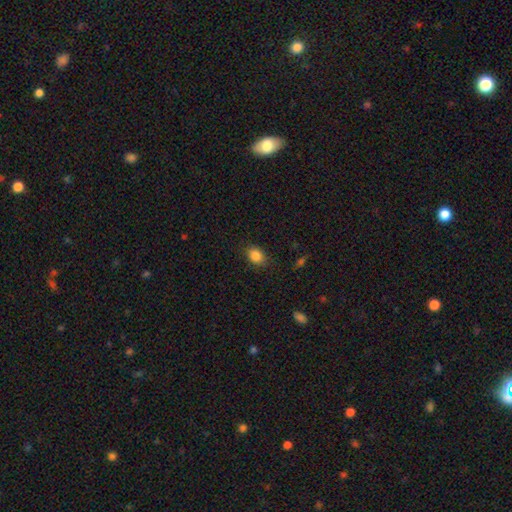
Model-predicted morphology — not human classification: A smooth galaxy with no disk features (86%) that is in between round and cigar-shaped (68%).

Vote fractions:
- Smooth or featured? smooth: 86% / star or artifact: 10% / featured or disk: 5%
- How rounded? in between: 68% / round: 31% / cigar-shaped: 1%
- Merging? none: 84% / minor disturbance: 12% / major disturbance: 3% / merger: 1%